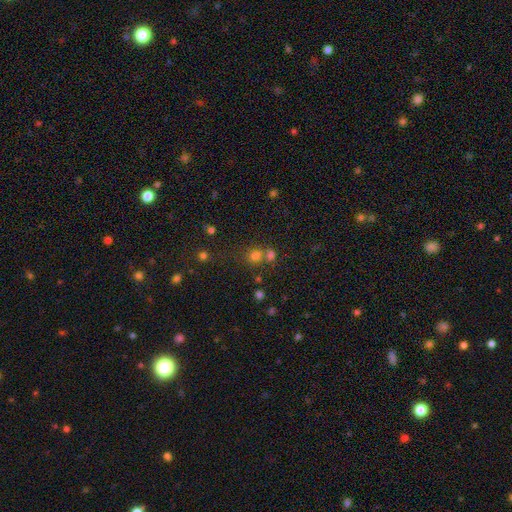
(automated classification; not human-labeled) Overall: smooth (70%). How rounded: round (79%). Merging: none (51%; merger 36%).